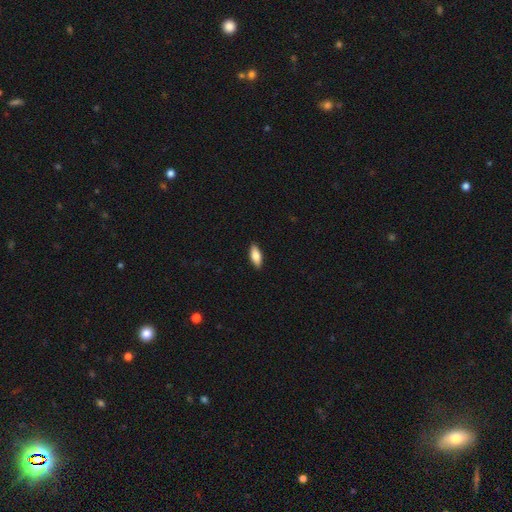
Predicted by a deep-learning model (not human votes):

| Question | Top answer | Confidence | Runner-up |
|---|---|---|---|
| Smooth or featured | smooth | 79% | featured or disk (15%) |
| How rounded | in between | 76% | cigar-shaped (22%) |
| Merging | none | 89% | minor disturbance (8%) |